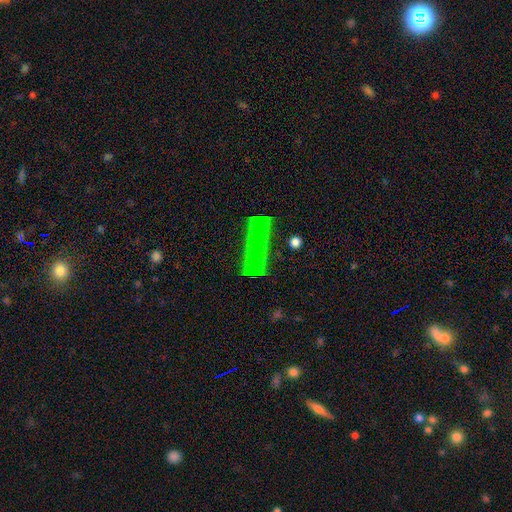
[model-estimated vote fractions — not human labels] Morphology: type=featured or disk (45%); merging=none (61%).